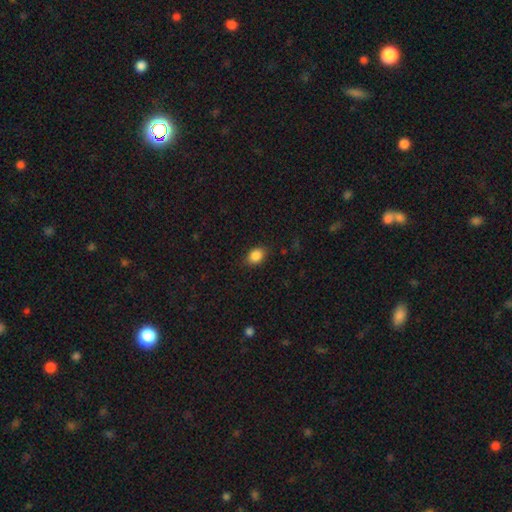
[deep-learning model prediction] Smooth or featured: smooth — 87% (star or artifact — 9%)
How rounded: in between — 70% (round — 29%)
Merging: none — 83% (minor disturbance — 12%)